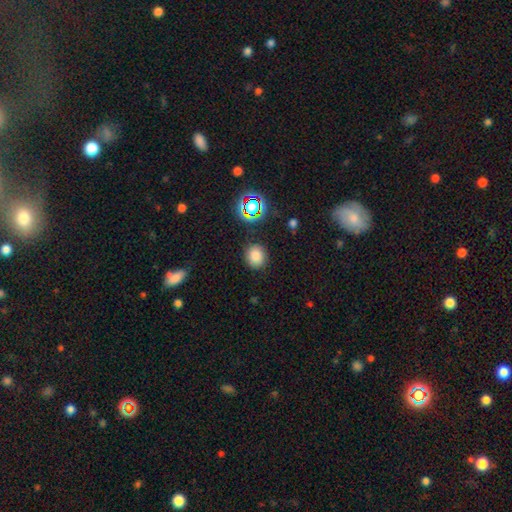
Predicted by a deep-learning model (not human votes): Smooth or featured?
  - smooth: 78% *
  - star or artifact: 15%
  - featured or disk: 7%
How rounded?
  - round: 75% *
  - in between: 24%
  - cigar-shaped: 1%
Merging?
  - none: 86% *
  - minor disturbance: 9%
  - major disturbance: 3%
  - merger: 2%